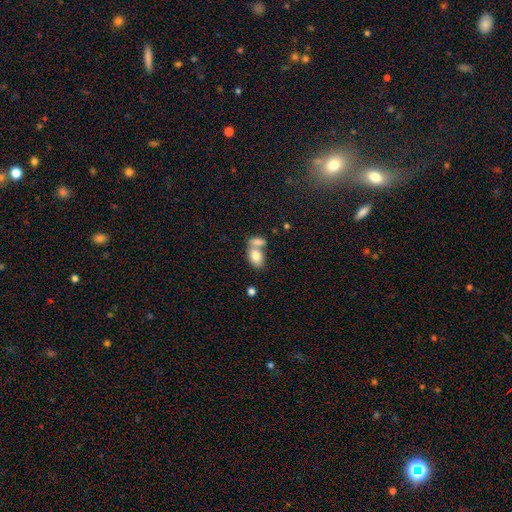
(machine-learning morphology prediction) smooth_or_featured: smooth (p=0.80) [alt: featured or disk p=0.13]
how_rounded: in between (p=0.89) [alt: round p=0.09]
merging: merger (p=0.55) [alt: none p=0.32]